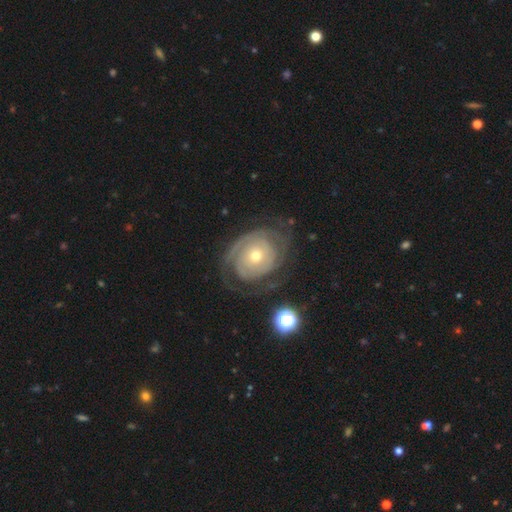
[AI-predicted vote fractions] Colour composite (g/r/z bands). It shows a featured or disk galaxy (82%) with no bar (81%), tight (73%) spiral arms (89%) and a small central bulge (51%). Merging: none (66%).